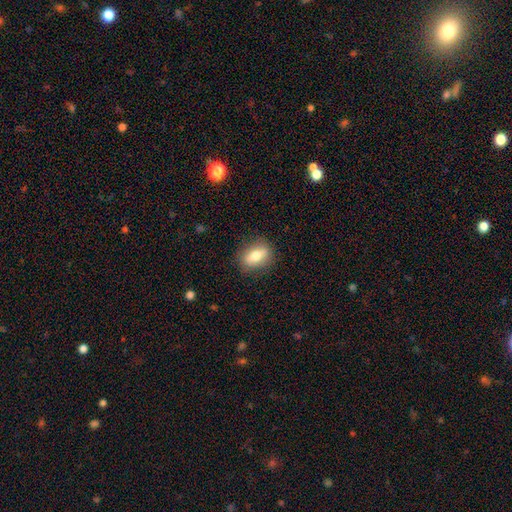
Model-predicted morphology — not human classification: type=smooth (68%); roundness=in between (73%); merging=none (84%).